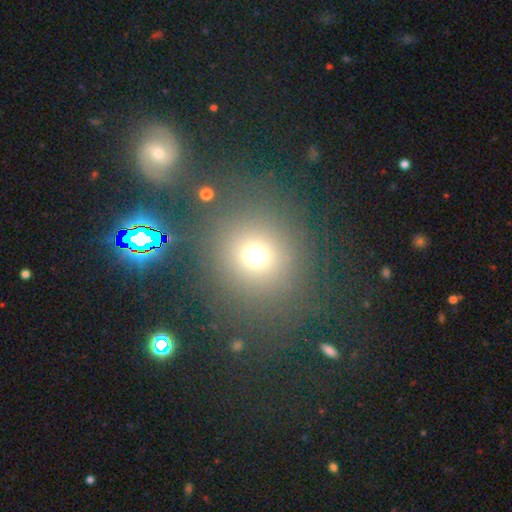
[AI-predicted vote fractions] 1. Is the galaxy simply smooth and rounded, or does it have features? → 68% smooth, 23% star or artifact, 9% featured or disk.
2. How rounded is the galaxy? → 87% round, 12% in between, 1% cigar-shaped.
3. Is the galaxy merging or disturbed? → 79% none, 9% minor disturbance, 7% major disturbance, 6% merger.